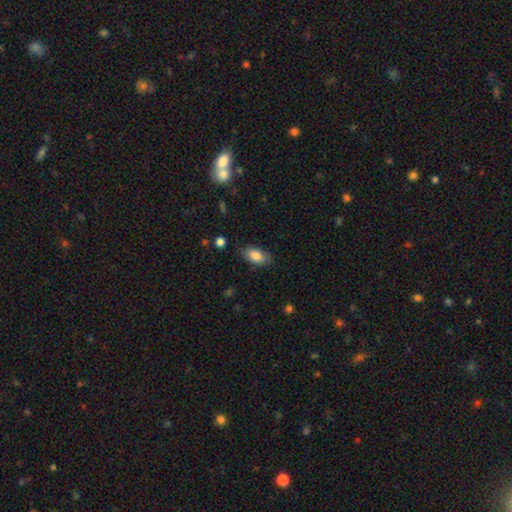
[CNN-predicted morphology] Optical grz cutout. It shows a smooth galaxy with no disk features (84%) that is in between round and cigar-shaped (91%). Merging: none (82%).